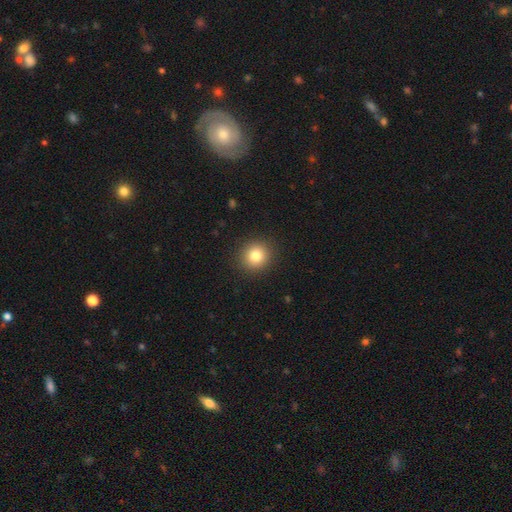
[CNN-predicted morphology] Q: Smooth or featured?
A: smooth (82%); runner-up: star or artifact (11%)
Q: How rounded?
A: round (87%); runner-up: in between (12%)
Q: Merging?
A: none (91%); runner-up: minor disturbance (6%)